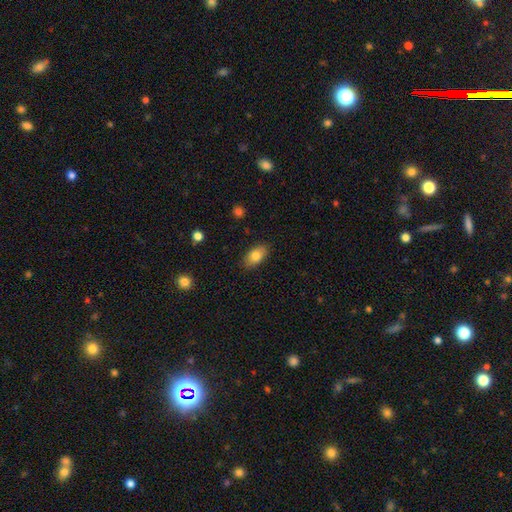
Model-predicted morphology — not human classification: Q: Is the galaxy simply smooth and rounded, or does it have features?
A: smooth — 81%.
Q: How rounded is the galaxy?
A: in between — 91%.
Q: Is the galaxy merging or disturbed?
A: none — 86%.